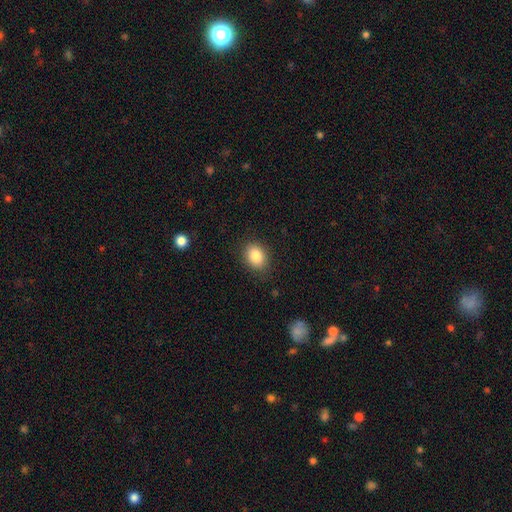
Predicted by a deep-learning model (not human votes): Smooth or featured?
  - smooth: 86% *
  - star or artifact: 9%
  - featured or disk: 5%
How rounded?
  - in between: 60% *
  - round: 39%
  - cigar-shaped: 1%
Merging?
  - none: 85% *
  - minor disturbance: 11%
  - major disturbance: 3%
  - merger: 1%